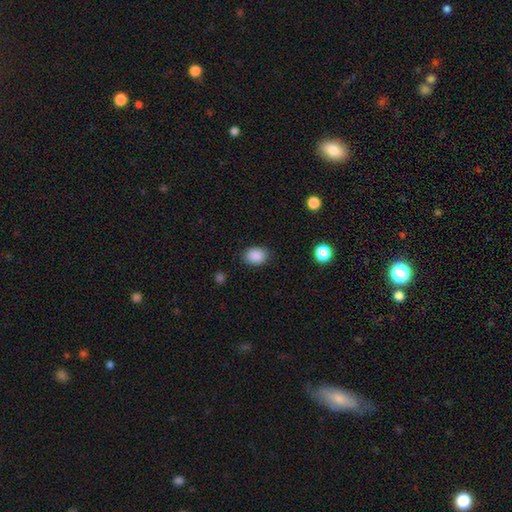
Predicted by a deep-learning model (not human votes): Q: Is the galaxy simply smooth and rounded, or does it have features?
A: smooth — 88%.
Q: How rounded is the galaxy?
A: in between — 58%.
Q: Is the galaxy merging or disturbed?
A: none — 84%.